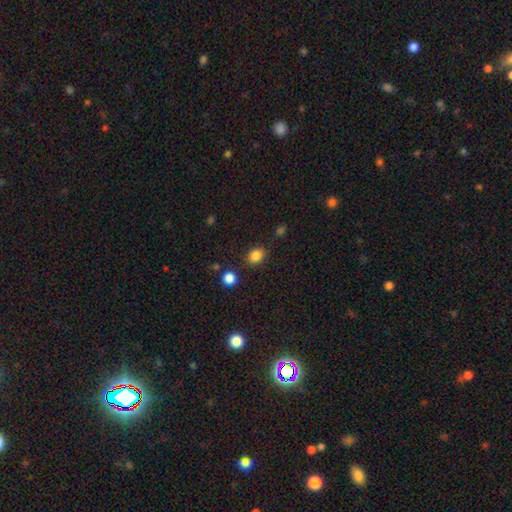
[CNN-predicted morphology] Smooth or featured? Predicted: smooth (p=0.85). How rounded? Predicted: round (p=0.50). Merging? Predicted: none (p=0.80).